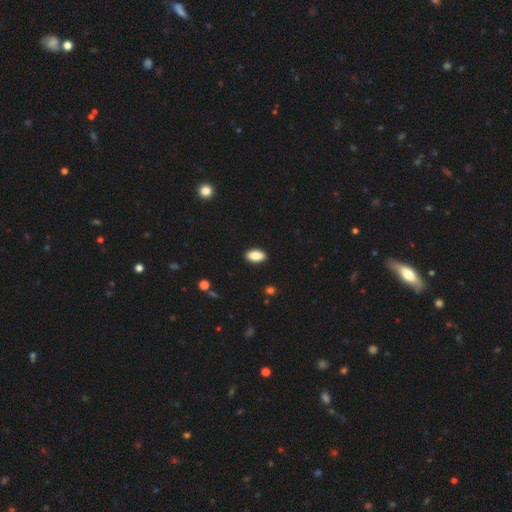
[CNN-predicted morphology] A smooth galaxy with no disk features (84%) that is in between round and cigar-shaped (90%).

Vote fractions:
- Smooth or featured? smooth: 84% / featured or disk: 9% / star or artifact: 7%
- How rounded? in between: 90% / cigar-shaped: 7% / round: 3%
- Merging? none: 90% / minor disturbance: 7% / major disturbance: 2% / merger: 1%